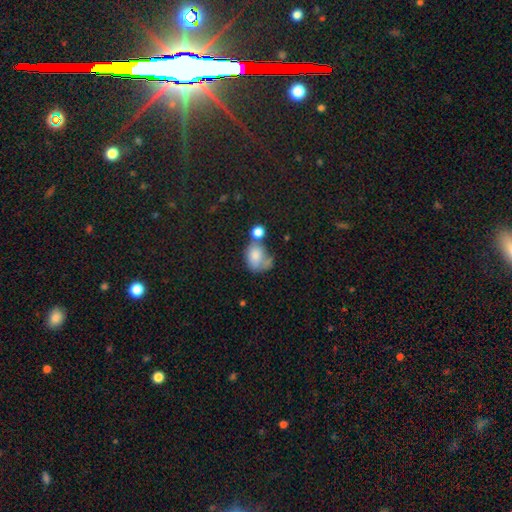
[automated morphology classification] smooth_or_featured: smooth (p=0.75) [alt: featured or disk p=0.15]
how_rounded: in between (p=0.64) [alt: round p=0.34]
merging: merger (p=0.34) [alt: none p=0.27]